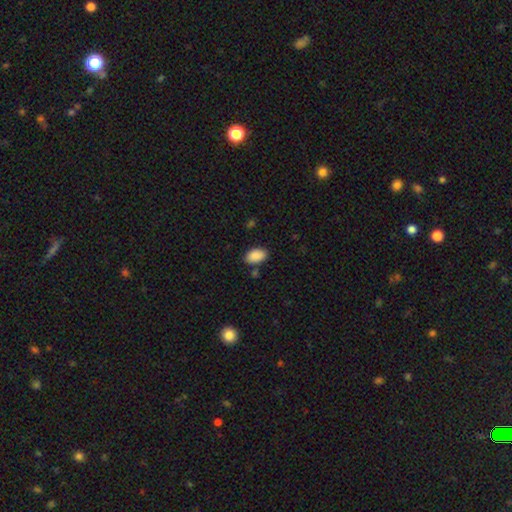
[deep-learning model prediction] Q: Smooth or featured?
A: smooth (90%); runner-up: star or artifact (7%)
Q: How rounded?
A: in between (93%); runner-up: round (6%)
Q: Merging?
A: none (78%); runner-up: minor disturbance (14%)